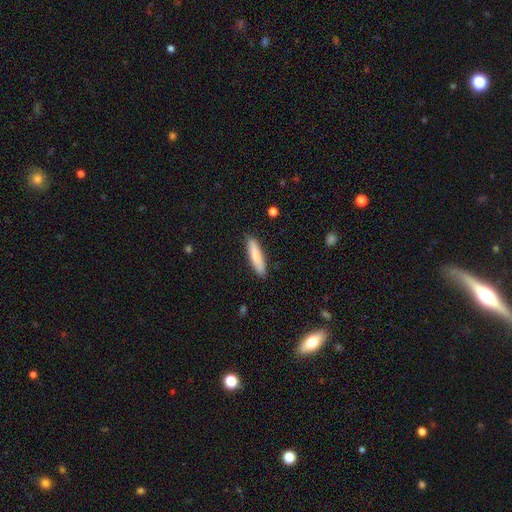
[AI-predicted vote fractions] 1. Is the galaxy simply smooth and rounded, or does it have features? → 81% smooth, 14% featured or disk, 6% star or artifact.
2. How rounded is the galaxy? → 81% cigar-shaped, 17% in between, 1% round.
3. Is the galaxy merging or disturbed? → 89% none, 8% minor disturbance, 2% major disturbance, 1% merger.